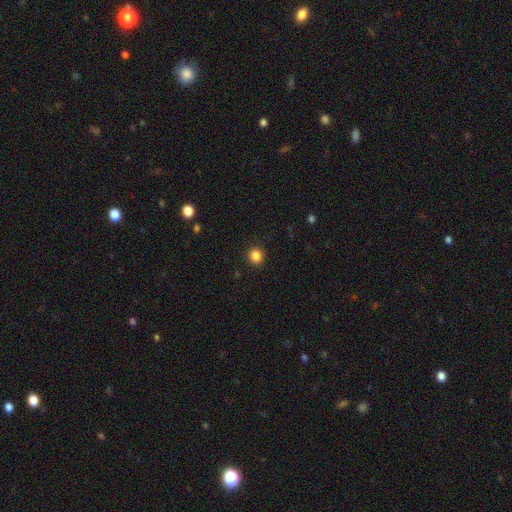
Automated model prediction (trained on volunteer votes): smooth_or_featured: smooth (p=0.85) [alt: star or artifact p=0.11]
how_rounded: round (p=0.86) [alt: in between p=0.13]
merging: none (p=0.91) [alt: minor disturbance p=0.06]